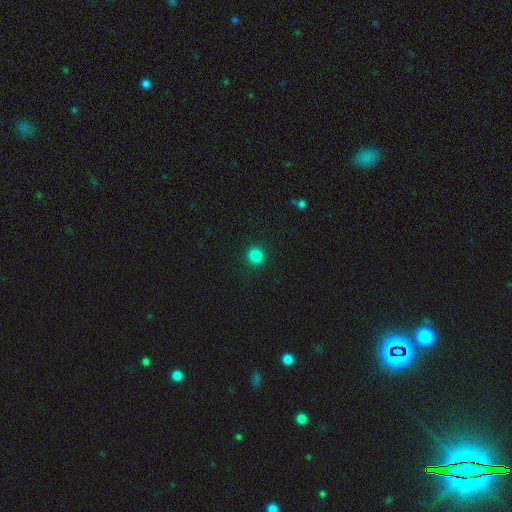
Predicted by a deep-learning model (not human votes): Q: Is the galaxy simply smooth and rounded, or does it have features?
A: smooth — 85%.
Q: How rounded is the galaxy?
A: round — 90%.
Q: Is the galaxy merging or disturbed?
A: none — 91%.